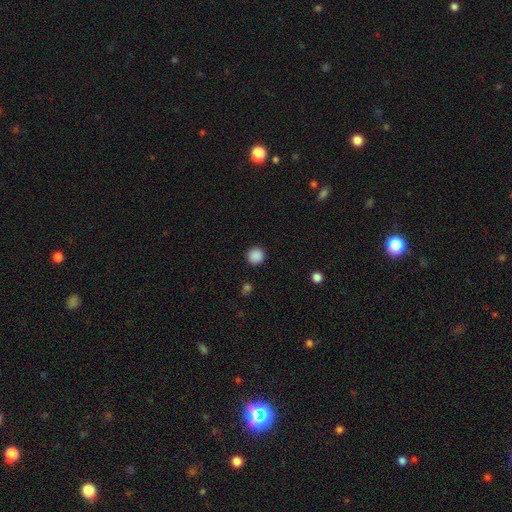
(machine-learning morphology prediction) smooth_or_featured: smooth (p=0.88) [alt: star or artifact p=0.10]
how_rounded: round (p=0.93) [alt: in between p=0.06]
merging: none (p=0.91) [alt: minor disturbance p=0.05]